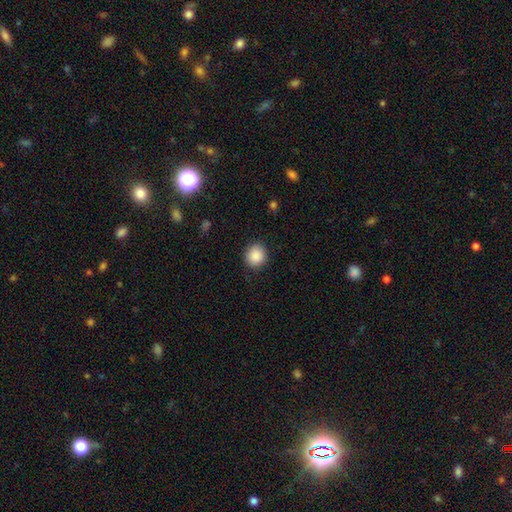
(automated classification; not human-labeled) smooth 89%, star or artifact 8%, featured or disk 3%. Down the decision tree: how rounded — round (81%); merging — none (87%).